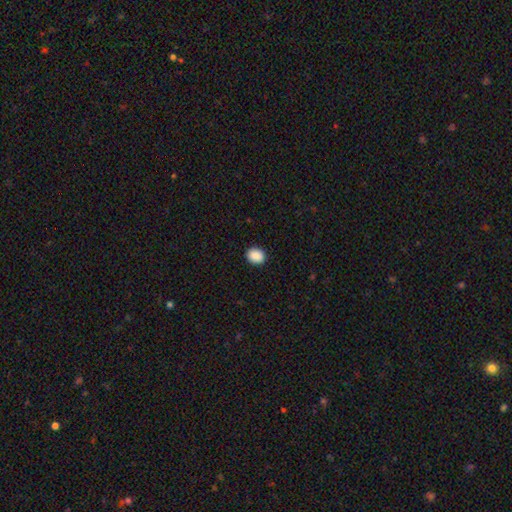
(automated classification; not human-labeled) The model was most divided on "how rounded": round: 59%, in between: 40%, cigar-shaped: 1%. More confident: merging — none (92%); smooth or featured — smooth (89%).